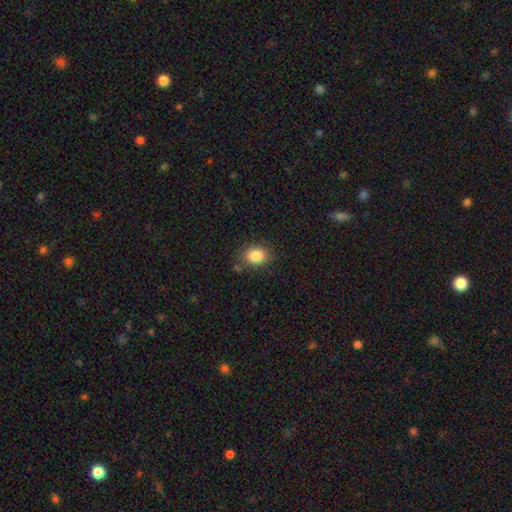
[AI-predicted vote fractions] Smooth or featured? smooth (86%)
How rounded? in between (58%)
Merging? none (80%)